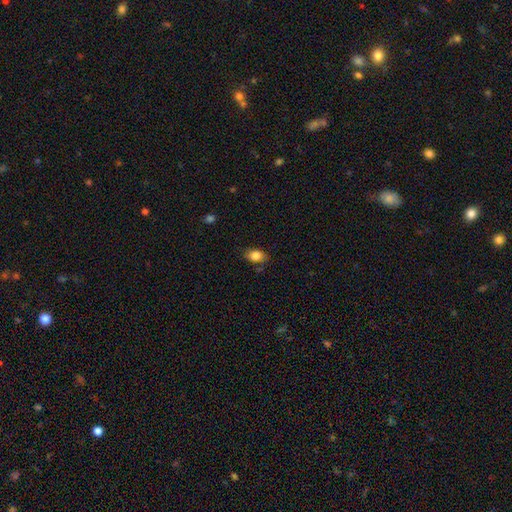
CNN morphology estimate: A smooth galaxy with no disk features (84%) that is in between round and cigar-shaped (74%).

Vote fractions:
- Smooth or featured? smooth: 84% / star or artifact: 9% / featured or disk: 7%
- How rounded? in between: 74% / round: 25% / cigar-shaped: 1%
- Merging? none: 74% / minor disturbance: 20% / major disturbance: 4% / merger: 3%